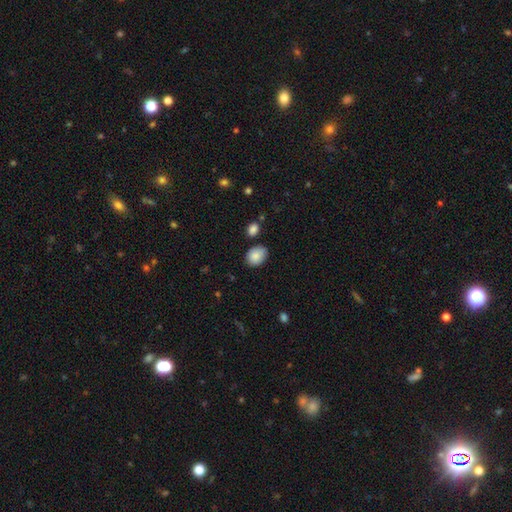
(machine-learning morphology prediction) Smooth or featured?
  - smooth: 87% *
  - star or artifact: 7%
  - featured or disk: 5%
How rounded?
  - in between: 68% *
  - round: 31%
  - cigar-shaped: 1%
Merging?
  - none: 75% *
  - minor disturbance: 18%
  - merger: 4%
  - major disturbance: 3%